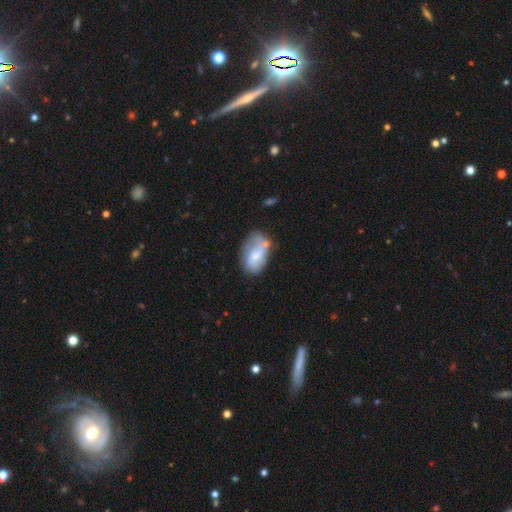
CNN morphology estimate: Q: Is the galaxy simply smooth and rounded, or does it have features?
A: smooth — 51%.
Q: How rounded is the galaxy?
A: in between — 89%.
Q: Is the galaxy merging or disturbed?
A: none — 36%.